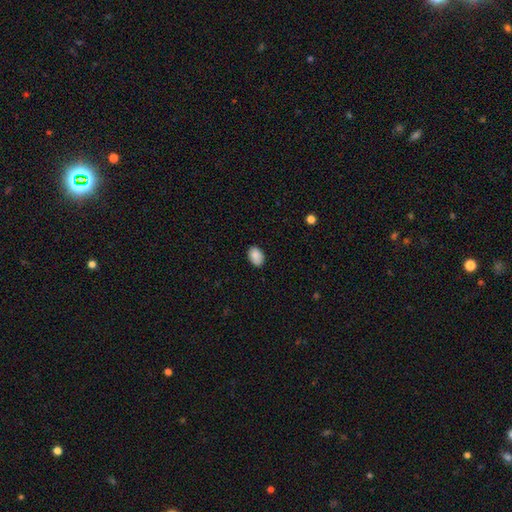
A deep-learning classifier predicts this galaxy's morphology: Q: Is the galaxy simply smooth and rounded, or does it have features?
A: smooth — 88%.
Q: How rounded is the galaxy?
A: in between — 86%.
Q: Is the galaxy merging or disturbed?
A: none — 83%.